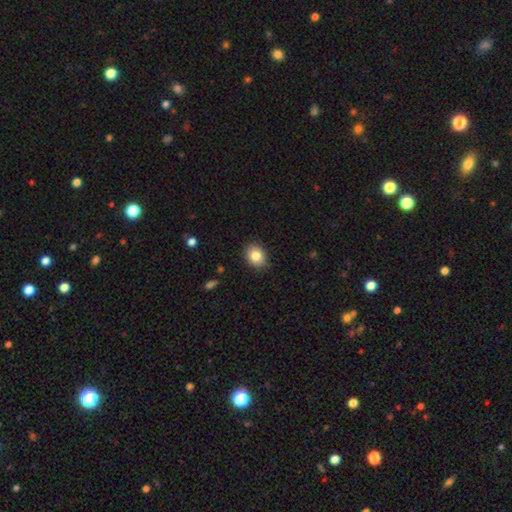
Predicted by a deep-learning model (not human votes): Smooth or featured? Predicted: smooth (p=0.83). How rounded? Predicted: in between (p=0.61). Merging? Predicted: none (p=0.87).